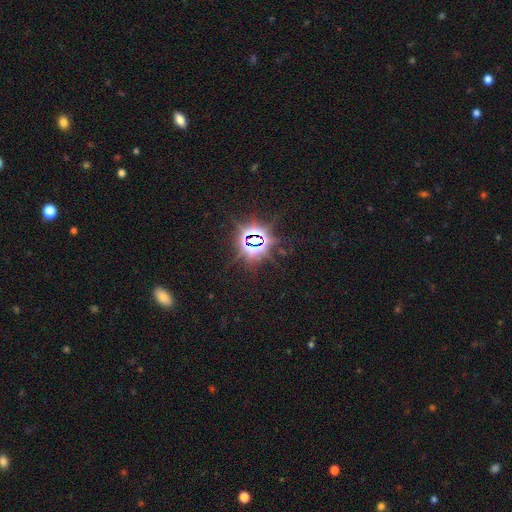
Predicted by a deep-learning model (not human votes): star or artifact 81%, smooth 11%, featured or disk 7%.